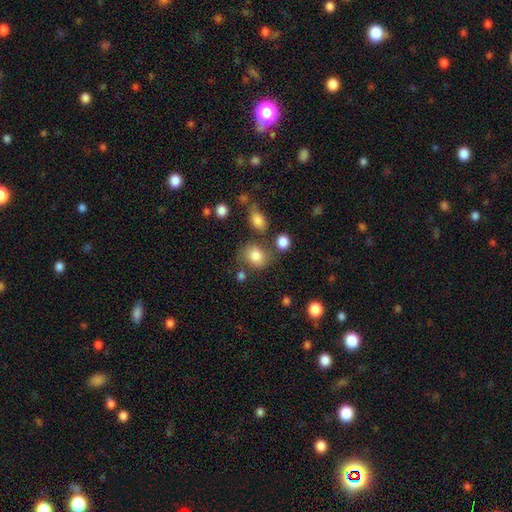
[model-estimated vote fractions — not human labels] Overall: smooth (81%). How rounded: round (62%; in between 37%). Merging: none (64%).